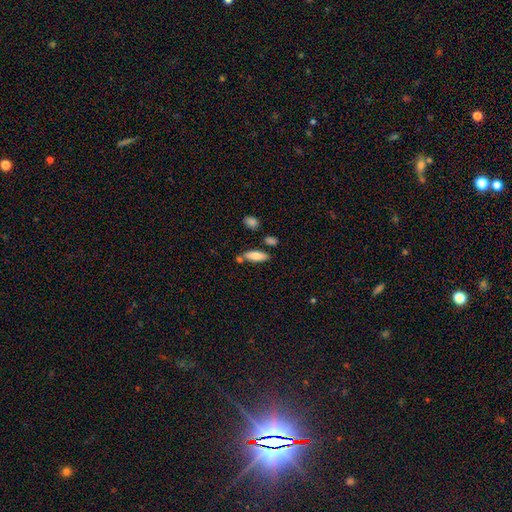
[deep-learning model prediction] The model was most divided on "how rounded": in between: 61%, cigar-shaped: 37%, round: 2%. More confident: smooth or featured — smooth (78%); merging — none (71%).